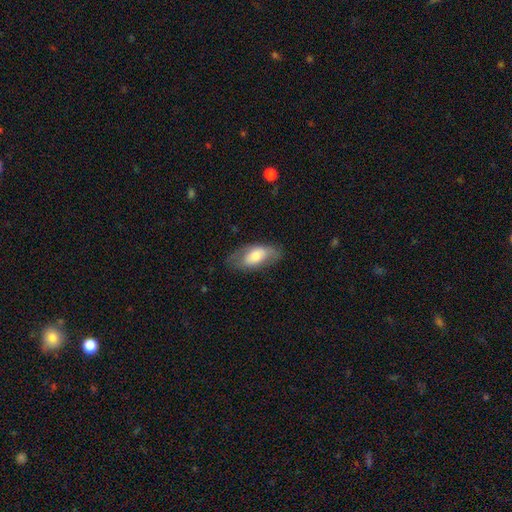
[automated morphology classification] Smooth or featured: smooth — 60% (featured or disk — 34%)
How rounded: in between — 90% (cigar-shaped — 6%)
Merging: none — 69% (minor disturbance — 21%)